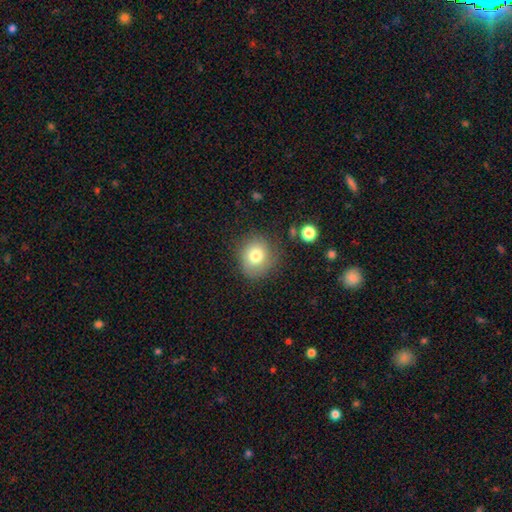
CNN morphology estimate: smooth-or-featured: smooth: 77% | featured or disk: 13% | star or artifact: 11%
  how-rounded: round: 80% | in between: 19% | cigar-shaped: 1%
  merging: none: 75% | minor disturbance: 17% | major disturbance: 6% | merger: 2%